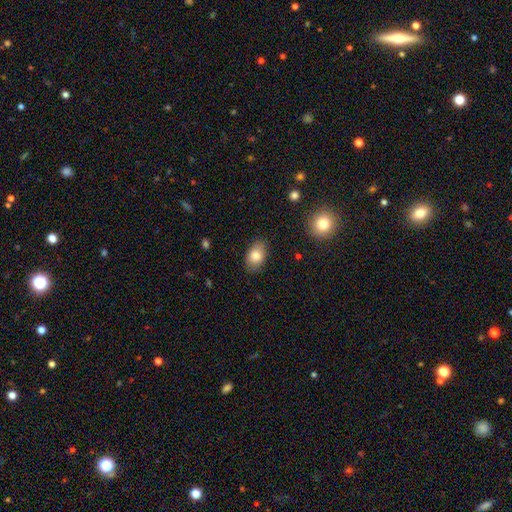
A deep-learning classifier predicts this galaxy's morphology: A smooth galaxy with no disk features (82%) that is in between round and cigar-shaped (86%).

Vote fractions:
- Smooth or featured? smooth: 82% / featured or disk: 10% / star or artifact: 8%
- How rounded? in between: 86% / round: 13% / cigar-shaped: 1%
- Merging? none: 82% / minor disturbance: 14% / major disturbance: 3% / merger: 1%